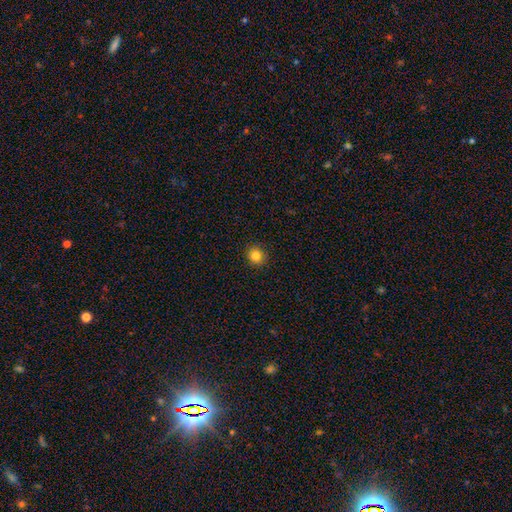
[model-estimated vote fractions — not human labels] Morphology: type=smooth (83%); roundness=round (90%); merging=none (91%).